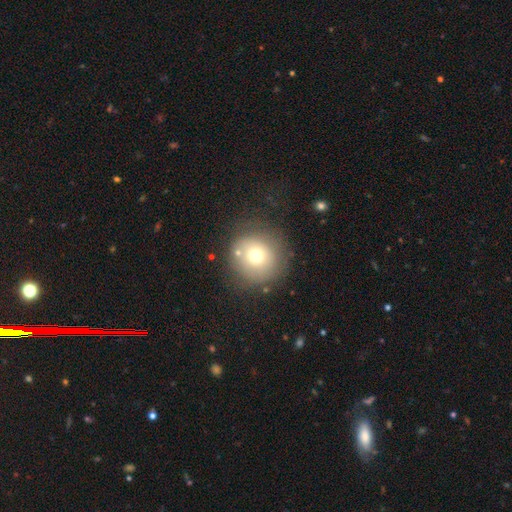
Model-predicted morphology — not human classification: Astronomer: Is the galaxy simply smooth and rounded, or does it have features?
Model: smooth — 69%.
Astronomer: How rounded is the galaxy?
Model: round — 93%.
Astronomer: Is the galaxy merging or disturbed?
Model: none — 74%.